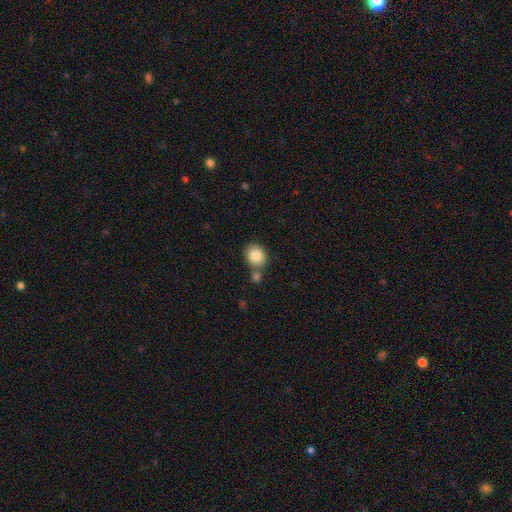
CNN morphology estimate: Overall: smooth (84%). How rounded: round (70%). Merging: none (63%).